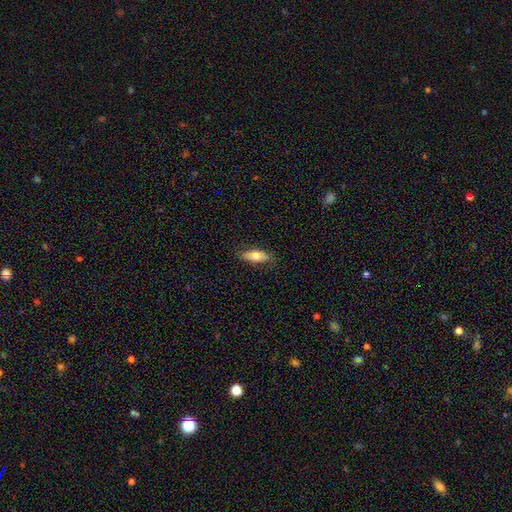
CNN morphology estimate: Smooth or featured?
  - smooth: 59% *
  - featured or disk: 34%
  - star or artifact: 7%
How rounded?
  - in between: 65% *
  - cigar-shaped: 32%
  - round: 3%
Merging?
  - none: 77% *
  - minor disturbance: 17%
  - major disturbance: 4%
  - merger: 1%